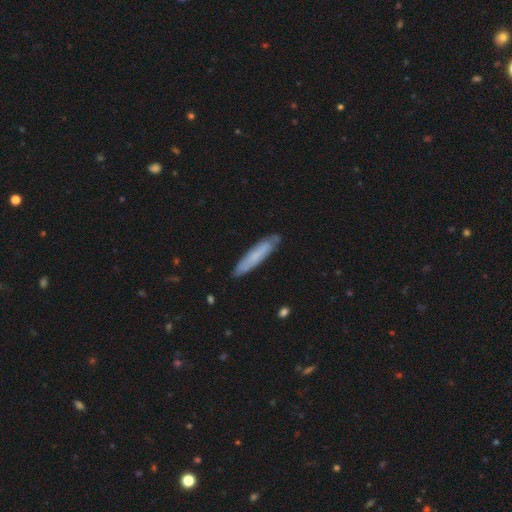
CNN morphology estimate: A smooth galaxy with no disk features (64%) that is cigar-shaped (87%).

Vote fractions:
- Smooth or featured? smooth: 64% / featured or disk: 30% / star or artifact: 6%
- How rounded? cigar-shaped: 87% / in between: 11% / round: 1%
- Merging? none: 84% / minor disturbance: 13% / major disturbance: 2% / merger: 1%